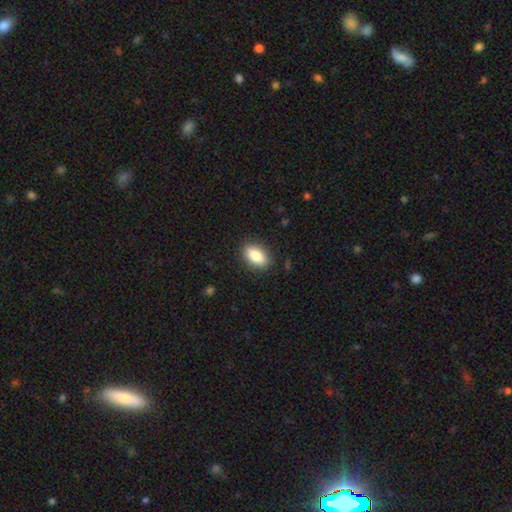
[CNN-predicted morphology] Smooth or featured? Predicted: smooth (p=0.86). How rounded? Predicted: in between (p=0.89). Merging? Predicted: none (p=0.87).